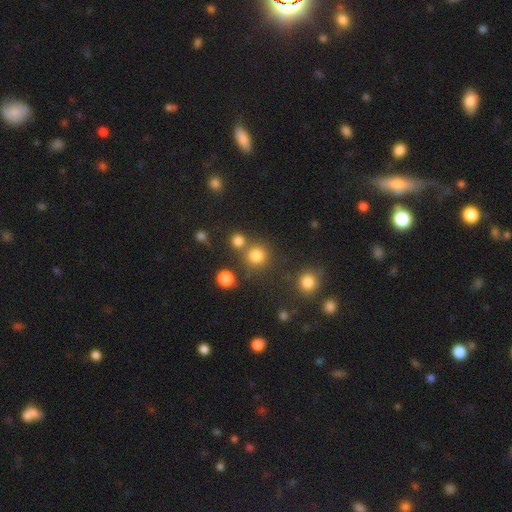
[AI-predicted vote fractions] Smooth or featured? smooth (79%)
How rounded? round (92%)
Merging? none (70%)